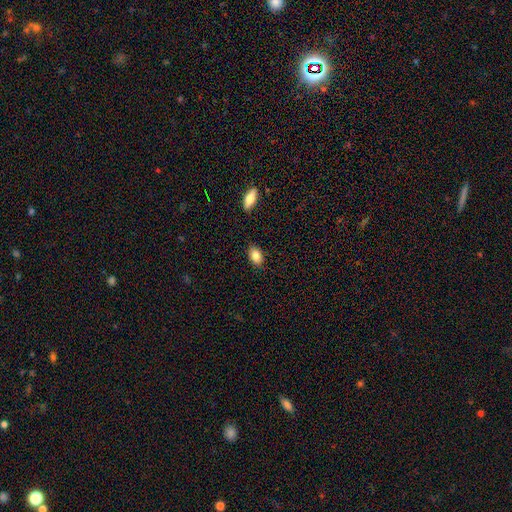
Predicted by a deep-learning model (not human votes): Smooth or featured? Predicted: smooth (p=0.84). How rounded? Predicted: in between (p=0.87). Merging? Predicted: none (p=0.87).